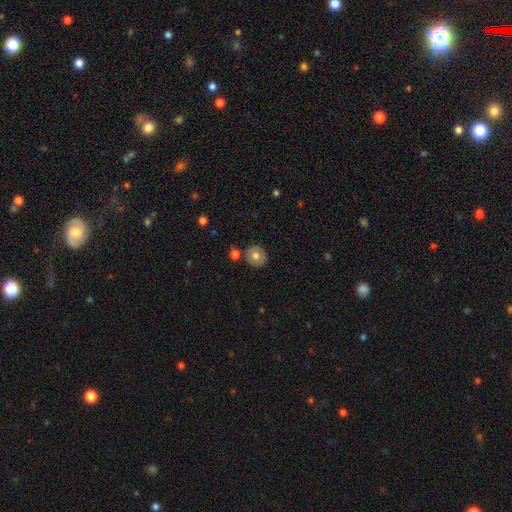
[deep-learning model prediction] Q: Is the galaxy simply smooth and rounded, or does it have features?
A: smooth — 71%.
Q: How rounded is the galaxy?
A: round — 86%.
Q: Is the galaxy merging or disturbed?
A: none — 79%.